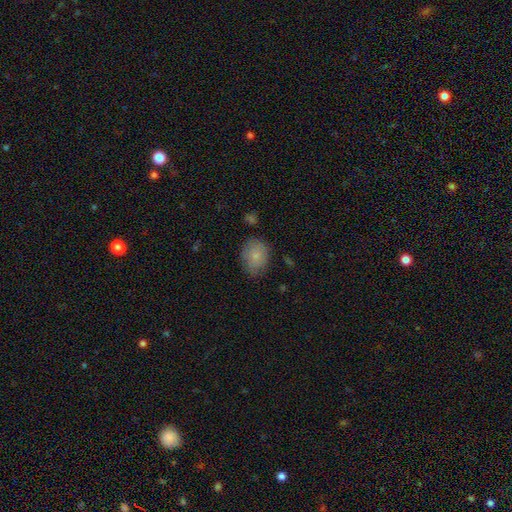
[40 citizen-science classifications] This is clearly a smooth galaxy (80%). How rounded: possibly in between (56%). Merging: likely none (64%).